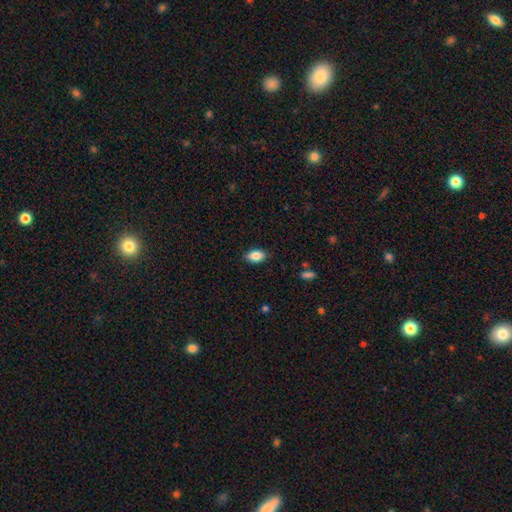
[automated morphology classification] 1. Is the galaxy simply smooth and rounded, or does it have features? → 86% smooth, 8% star or artifact, 6% featured or disk.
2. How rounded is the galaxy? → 90% in between, 8% round, 2% cigar-shaped.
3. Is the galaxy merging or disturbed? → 86% none, 11% minor disturbance, 2% major disturbance, 1% merger.